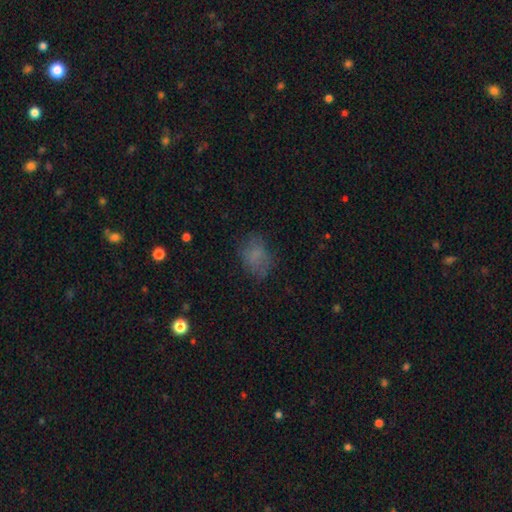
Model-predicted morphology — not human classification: Smooth or featured? Predicted: smooth (p=0.71). How rounded? Predicted: in between (p=0.66). Merging? Predicted: none (p=0.66).